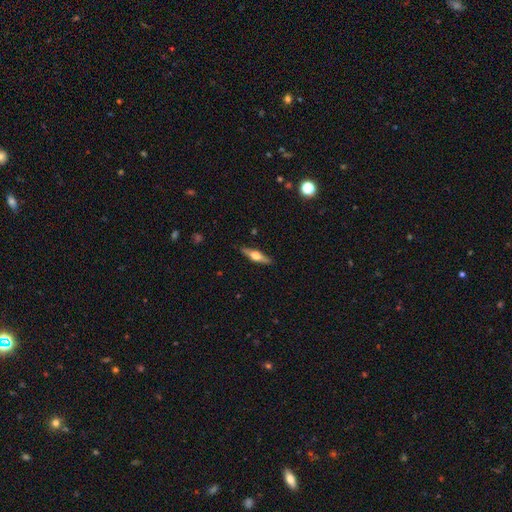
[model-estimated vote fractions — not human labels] Smooth or featured?
  - featured or disk: 63% *
  - smooth: 31%
  - star or artifact: 6%
Edge-on disk?
  - yes: 96% *
  - no: 4%
Edge-on bulge?
  - rounded: 94% *
  - boxy: 4%
  - none: 2%
Merging?
  - none: 88% *
  - minor disturbance: 9%
  - major disturbance: 2%
  - merger: 1%